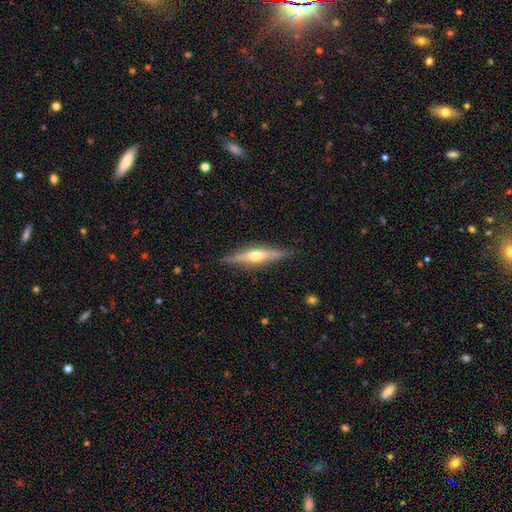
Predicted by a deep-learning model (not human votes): A featured or disk galaxy (61%) viewed edge-on (94%) with a rounded central bulge (89%). Merging: none (86%).